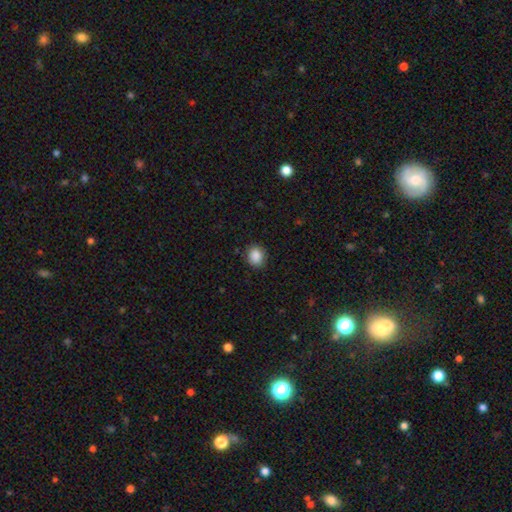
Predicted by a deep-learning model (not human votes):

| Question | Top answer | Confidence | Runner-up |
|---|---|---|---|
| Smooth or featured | smooth | 88% | star or artifact (9%) |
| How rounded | round | 72% | in between (27%) |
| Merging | none | 87% | minor disturbance (9%) |